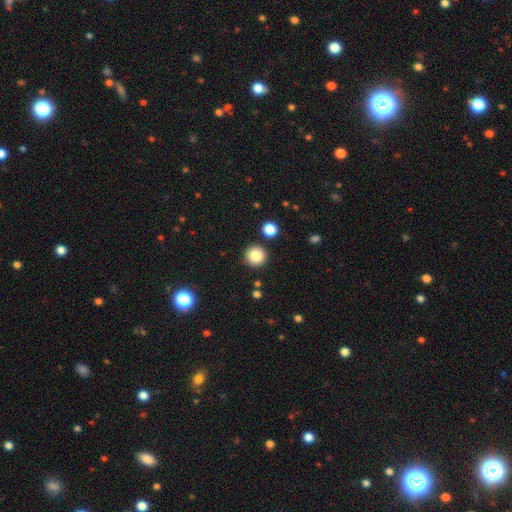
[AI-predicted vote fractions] Smooth or featured?
  - smooth: 84% *
  - star or artifact: 11%
  - featured or disk: 5%
How rounded?
  - round: 95% *
  - in between: 4%
  - cigar-shaped: 1%
Merging?
  - none: 89% *
  - minor disturbance: 6%
  - merger: 4%
  - major disturbance: 2%